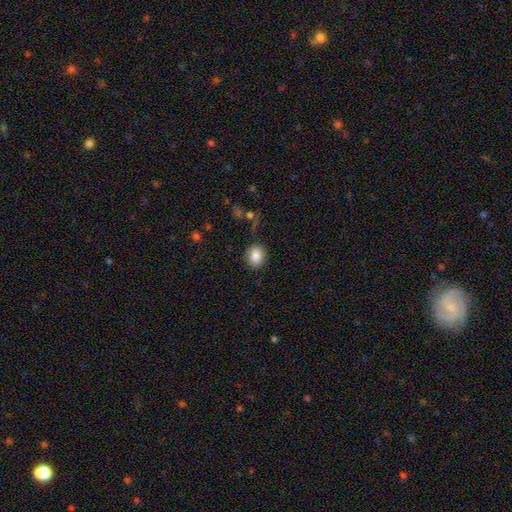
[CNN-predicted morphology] This is clearly a smooth galaxy (85%). How rounded: possibly round (56%). Merging: clearly none (85%).